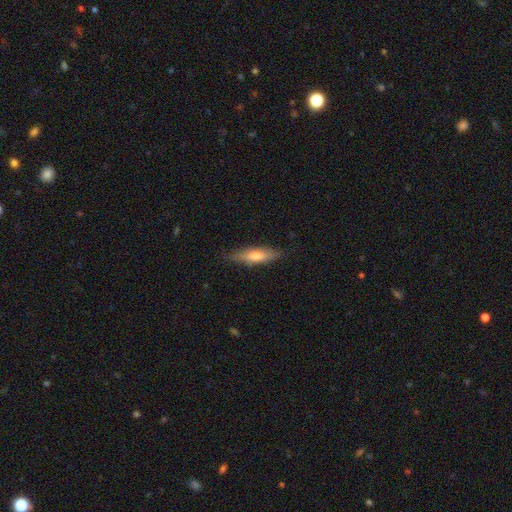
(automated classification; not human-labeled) smooth 52%, featured or disk 41%, star or artifact 6%. Down the decision tree: how rounded — cigar-shaped (71%); merging — none (82%).